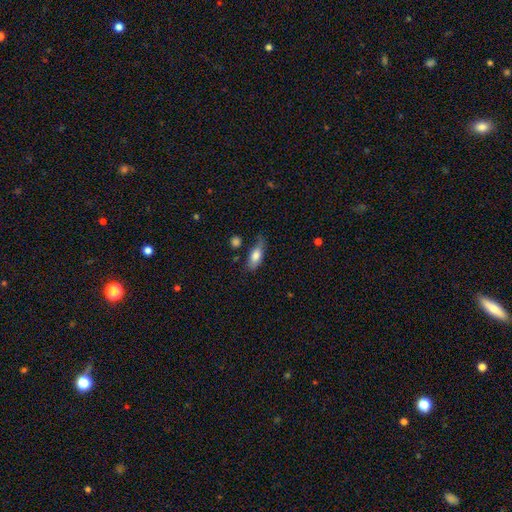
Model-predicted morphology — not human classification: This is likely a smooth galaxy (75%). How rounded: likely in between (77%). Merging: possibly none (56%).